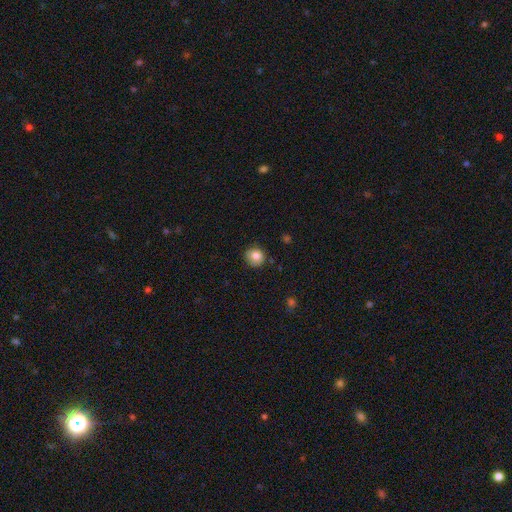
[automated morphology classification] smooth_or_featured: smooth (p=0.82) [alt: star or artifact p=0.10]
how_rounded: round (p=0.89) [alt: in between p=0.10]
merging: none (p=0.81) [alt: minor disturbance p=0.15]